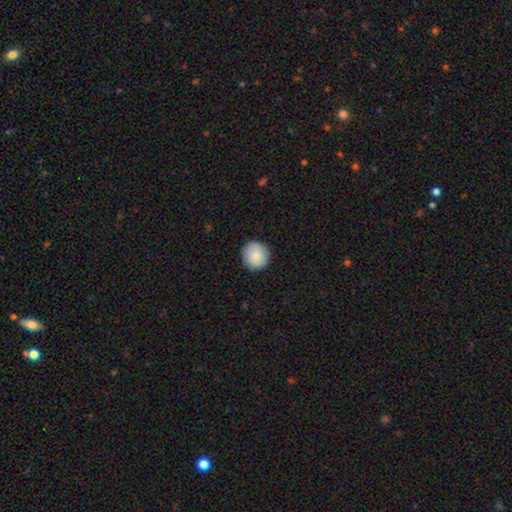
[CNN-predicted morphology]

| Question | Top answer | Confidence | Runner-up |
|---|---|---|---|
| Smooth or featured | smooth | 80% | featured or disk (12%) |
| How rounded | round | 93% | in between (6%) |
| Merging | none | 90% | minor disturbance (7%) |